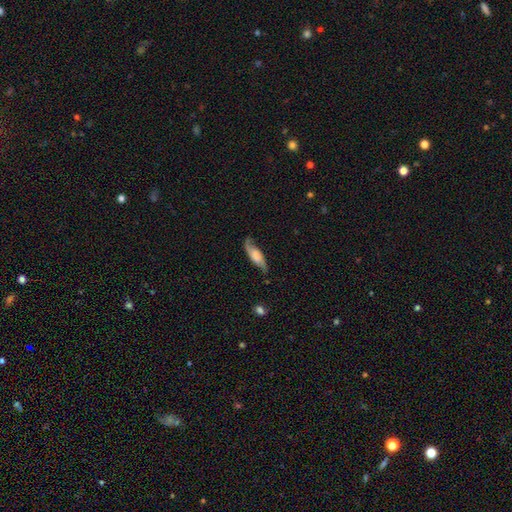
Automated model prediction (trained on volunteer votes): featured or disk 60%, smooth 33%, star or artifact 7%. Down the decision tree: edge-on disk — no (78%); merging — none (67%).